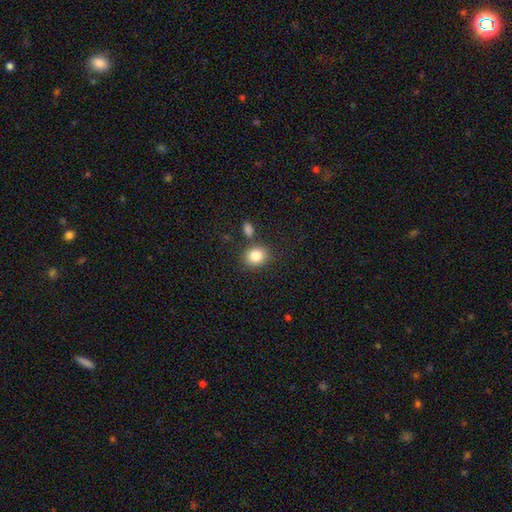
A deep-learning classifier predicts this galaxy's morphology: A smooth galaxy with no disk features (85%) that is round (67%).

Vote fractions:
- Smooth or featured? smooth: 85% / star or artifact: 9% / featured or disk: 6%
- How rounded? round: 67% / in between: 33% / cigar-shaped: 1%
- Merging? none: 77% / minor disturbance: 10% / merger: 9% / major disturbance: 3%